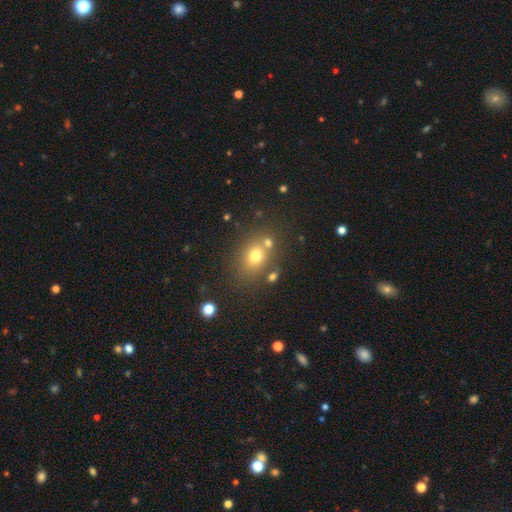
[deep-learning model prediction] A smooth galaxy with no disk features (70%) that is round (50%). Merging: none (67%).